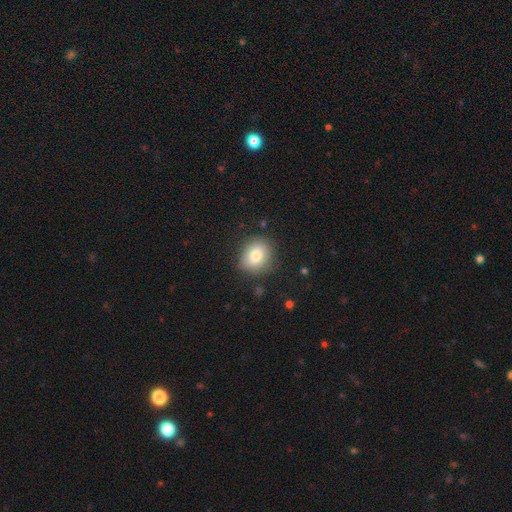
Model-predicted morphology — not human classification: Smooth or featured?
  - smooth: 79% *
  - featured or disk: 12%
  - star or artifact: 9%
How rounded?
  - round: 64% *
  - in between: 34%
  - cigar-shaped: 1%
Merging?
  - none: 81% *
  - minor disturbance: 13%
  - major disturbance: 4%
  - merger: 2%